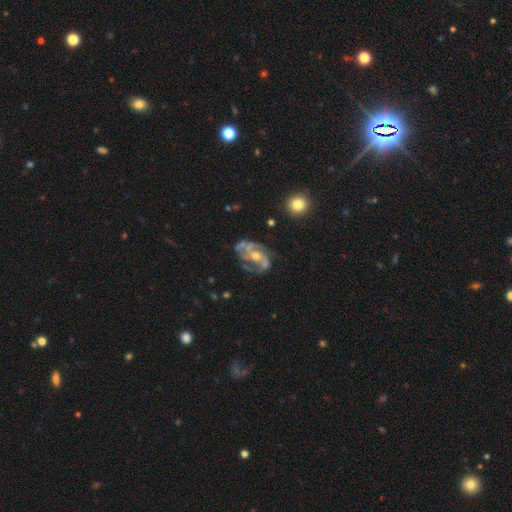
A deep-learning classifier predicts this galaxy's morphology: This is clearly a featured or disk galaxy (81%). It is clearly not viewed edge-on (97%). Bar: likely no (62%). Spiral arm pattern: clearly yes (84%). Spiral arm count: marginally 2 (38%). Spiral winding: marginally medium (45%). Central bulge: possibly moderate (59%). Merging: possibly none (52%).